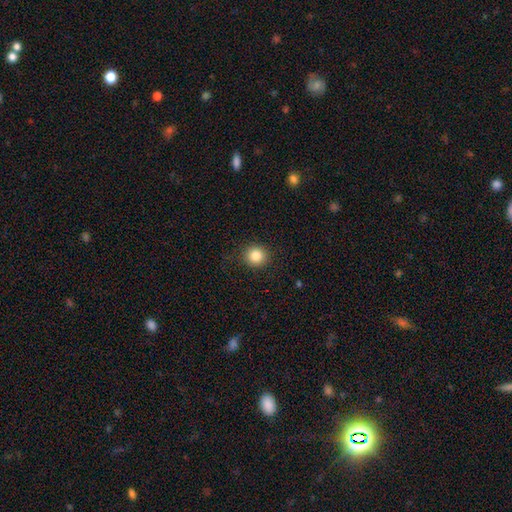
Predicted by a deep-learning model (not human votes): Smooth or featured: smooth — 85% (star or artifact — 10%)
How rounded: round — 91% (in between — 8%)
Merging: none — 89% (minor disturbance — 8%)